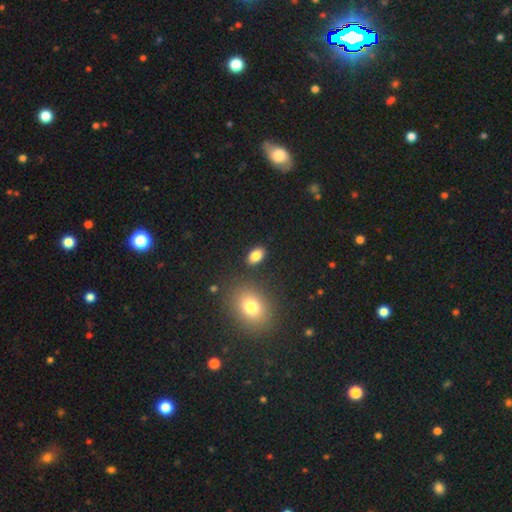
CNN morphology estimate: This appears to be a smooth galaxy with no disk features (85%) that is in between round and cigar-shaped (88%). Merging: none (86%).